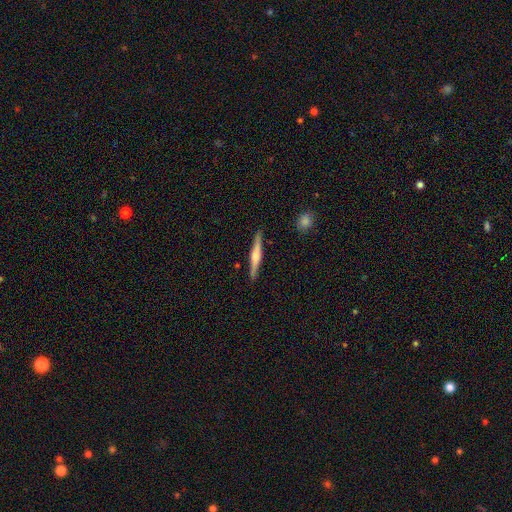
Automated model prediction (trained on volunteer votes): Q: Smooth or featured?
A: featured or disk (61%); runner-up: smooth (33%)
Q: Edge-on disk?
A: yes (98%); runner-up: no (2%)
Q: Edge-on bulge?
A: rounded (73%); runner-up: boxy (16%)
Q: Merging?
A: none (90%); runner-up: minor disturbance (7%)